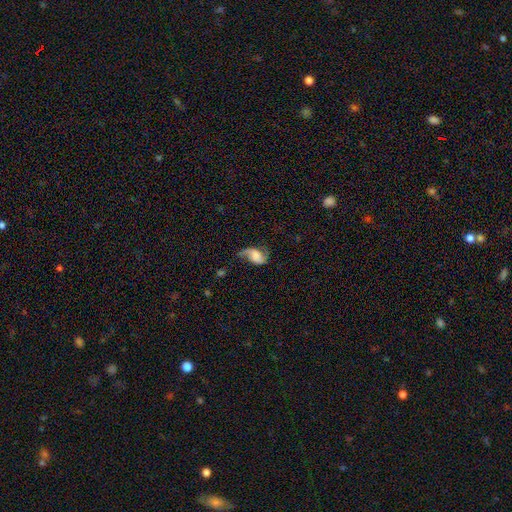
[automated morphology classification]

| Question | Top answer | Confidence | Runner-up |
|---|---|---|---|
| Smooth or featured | featured or disk | 66% | smooth (26%) |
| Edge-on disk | no | 97% | yes (3%) |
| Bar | no | 56% | weak (34%) |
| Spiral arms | yes | 92% | no (8%) |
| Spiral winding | loose | 64% | medium (28%) |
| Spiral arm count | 2 | 78% | 1 (16%) |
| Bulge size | none | 29% | large (26%) |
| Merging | none | 47% | minor disturbance (27%) |